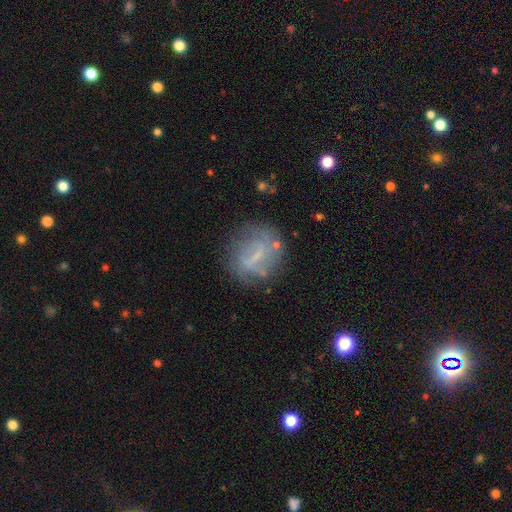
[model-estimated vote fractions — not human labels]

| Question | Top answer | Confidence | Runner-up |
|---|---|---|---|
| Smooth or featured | featured or disk | 61% | smooth (29%) |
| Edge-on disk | no | 95% | yes (5%) |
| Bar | weak | 46% | strong (33%) |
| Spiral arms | yes | 55% | no (45%) |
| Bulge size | small | 50% | none (35%) |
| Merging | none | 66% | minor disturbance (20%) |